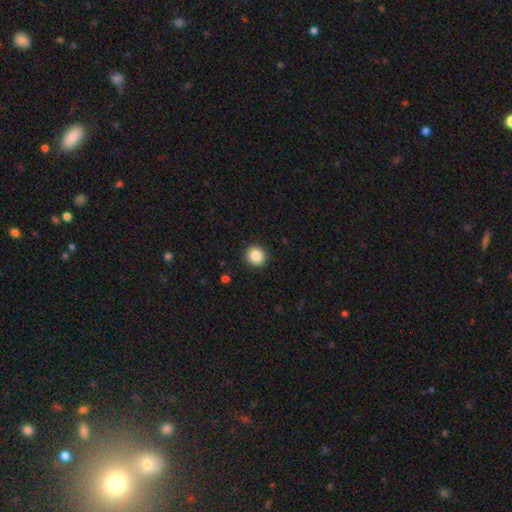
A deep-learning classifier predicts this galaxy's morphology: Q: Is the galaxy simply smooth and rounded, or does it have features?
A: smooth — 88%.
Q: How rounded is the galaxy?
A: round — 92%.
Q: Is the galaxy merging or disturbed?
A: none — 92%.